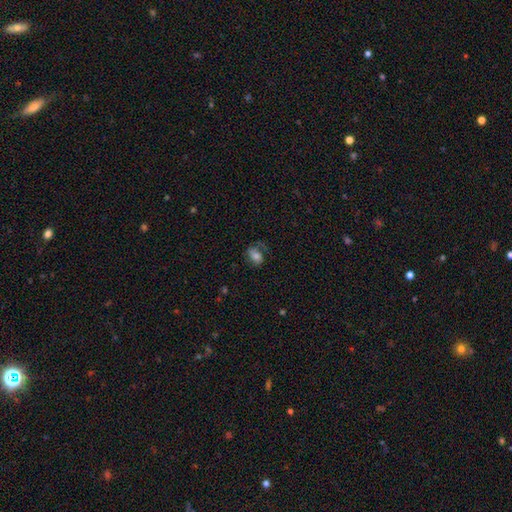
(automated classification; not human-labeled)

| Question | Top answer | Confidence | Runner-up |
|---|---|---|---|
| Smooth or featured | smooth | 53% | featured or disk (37%) |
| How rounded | in between | 73% | round (25%) |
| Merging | none | 51% | major disturbance (24%) |